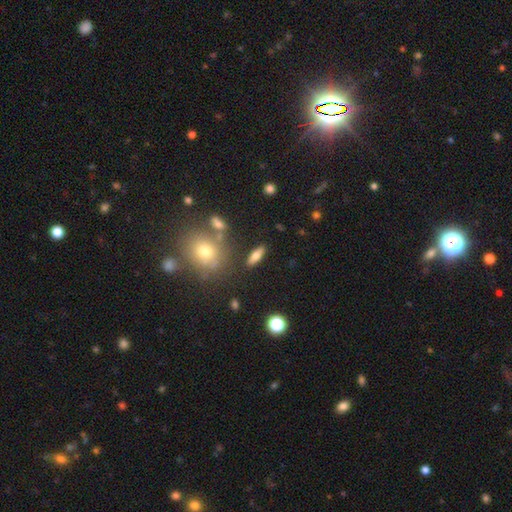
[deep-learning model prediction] Morphology: type=smooth (65%); roundness=in between (56%); merging=none (83%).